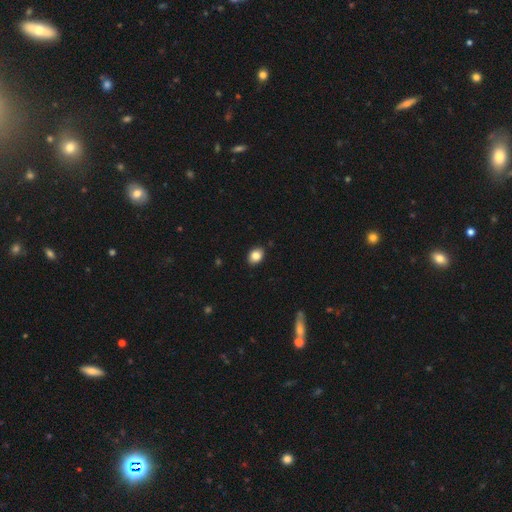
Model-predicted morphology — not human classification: Smooth or featured: smooth — 85% (star or artifact — 9%)
How rounded: in between — 65% (round — 33%)
Merging: none — 89% (minor disturbance — 8%)